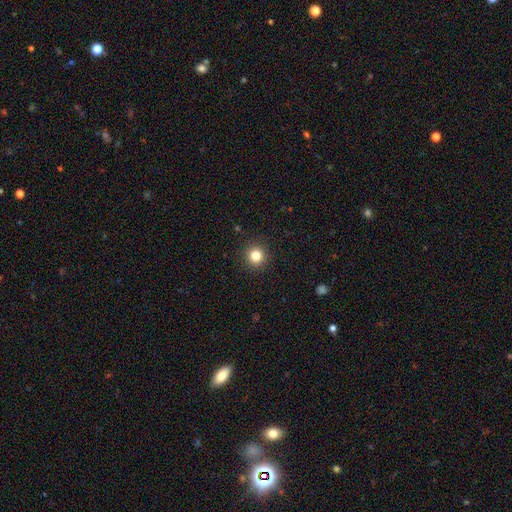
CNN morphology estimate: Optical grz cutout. It shows a smooth galaxy with no disk features (82%) that is round (95%). Merging: none (93%).